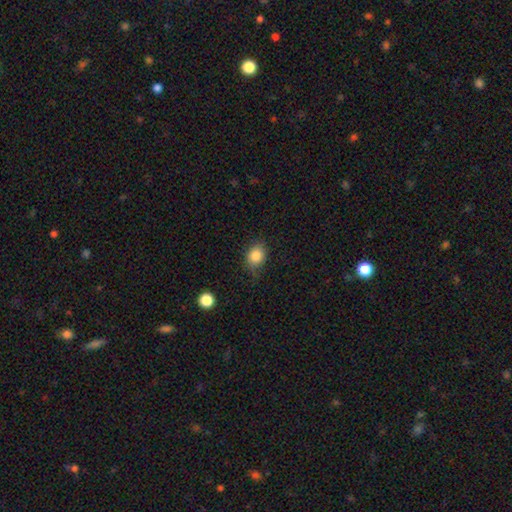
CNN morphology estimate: Overall: smooth (84%). How rounded: in between (53%; round 46%). Merging: none (71%).